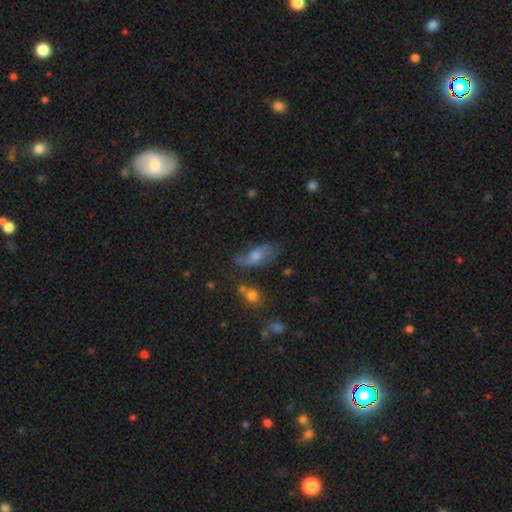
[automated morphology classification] Q: Smooth or featured?
A: featured or disk (45%); runner-up: smooth (41%)
Q: Merging?
A: none (56%); runner-up: minor disturbance (24%)